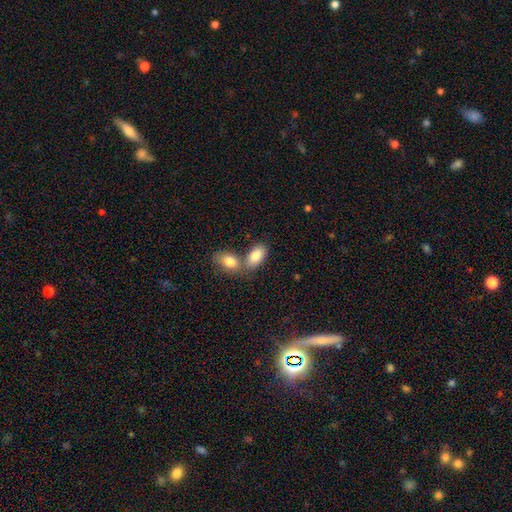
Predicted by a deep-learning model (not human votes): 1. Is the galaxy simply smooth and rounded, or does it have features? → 83% smooth, 10% featured or disk, 6% star or artifact.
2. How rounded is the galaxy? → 93% in between, 4% round, 3% cigar-shaped.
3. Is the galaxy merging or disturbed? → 46% merger, 42% none, 9% minor disturbance, 3% major disturbance.